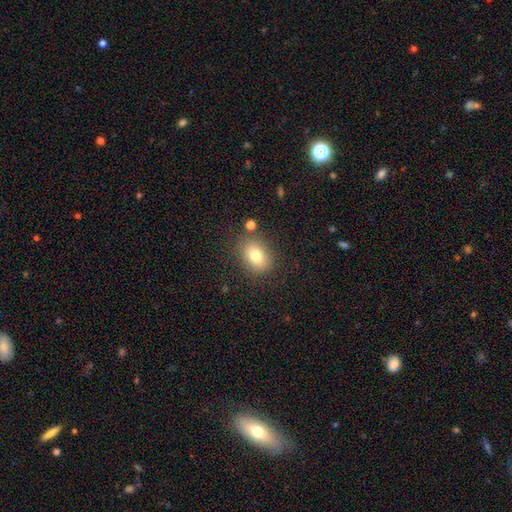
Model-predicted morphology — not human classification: Q: Smooth or featured?
A: smooth (80%); runner-up: featured or disk (11%)
Q: How rounded?
A: in between (75%); runner-up: round (24%)
Q: Merging?
A: none (79%); runner-up: minor disturbance (12%)